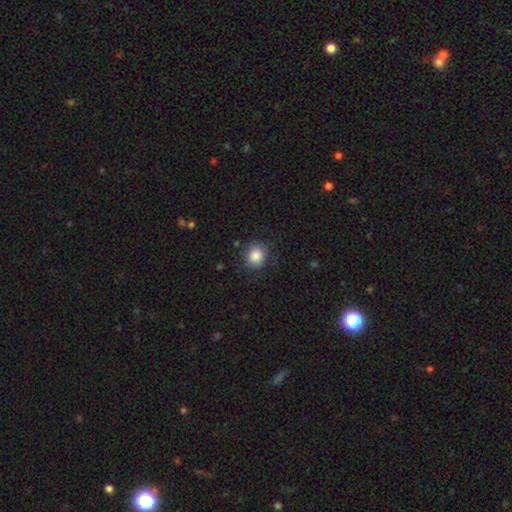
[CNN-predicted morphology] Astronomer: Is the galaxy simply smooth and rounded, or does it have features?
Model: smooth — 87%.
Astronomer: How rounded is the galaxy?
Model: round — 80%.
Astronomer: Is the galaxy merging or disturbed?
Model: none — 83%.